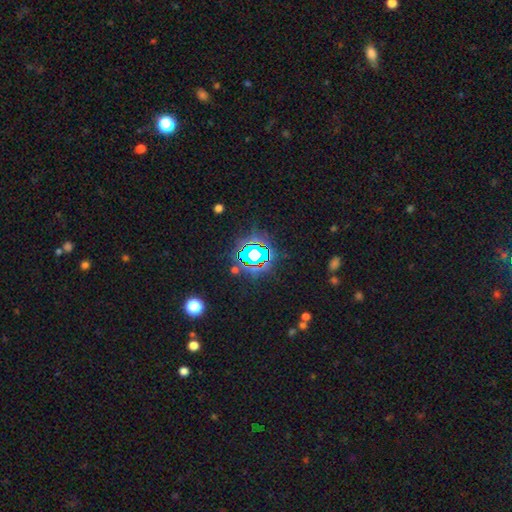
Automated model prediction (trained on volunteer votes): Morphology: type=star or artifact (75%).